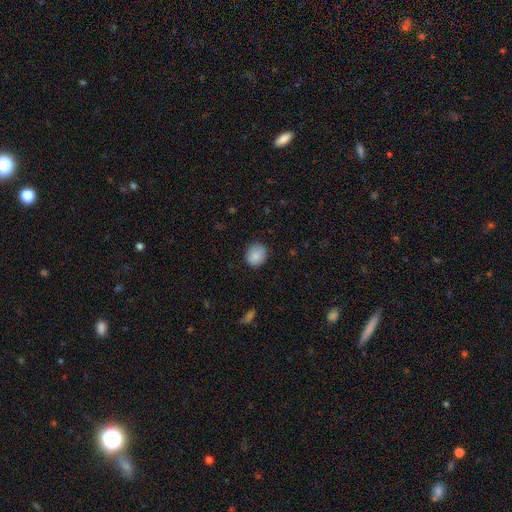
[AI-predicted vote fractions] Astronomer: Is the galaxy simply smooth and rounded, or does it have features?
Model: smooth — 86%.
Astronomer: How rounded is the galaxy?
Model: round — 74%.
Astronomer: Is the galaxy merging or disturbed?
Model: none — 81%.